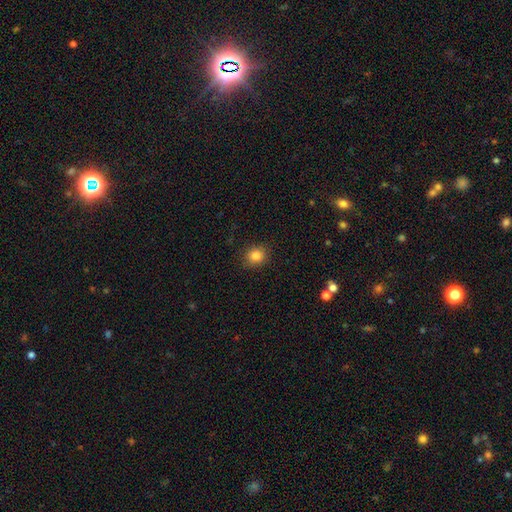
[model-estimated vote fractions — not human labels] Morphology: type=smooth (84%); roundness=round (77%); merging=none (89%).